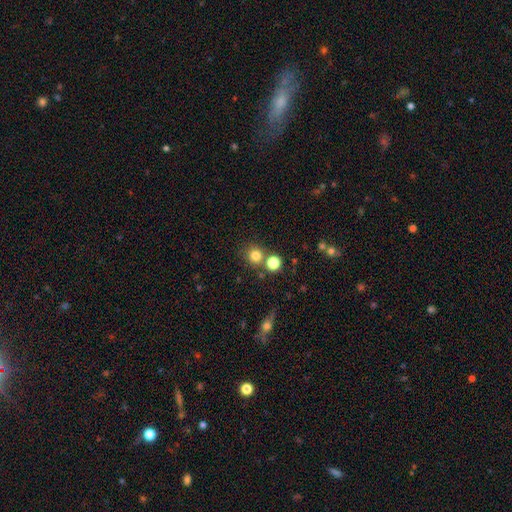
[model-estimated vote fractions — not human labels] Smooth or featured?
  - smooth: 78% *
  - star or artifact: 15%
  - featured or disk: 7%
How rounded?
  - round: 91% *
  - in between: 8%
  - cigar-shaped: 1%
Merging?
  - none: 71% *
  - merger: 18%
  - minor disturbance: 8%
  - major disturbance: 3%